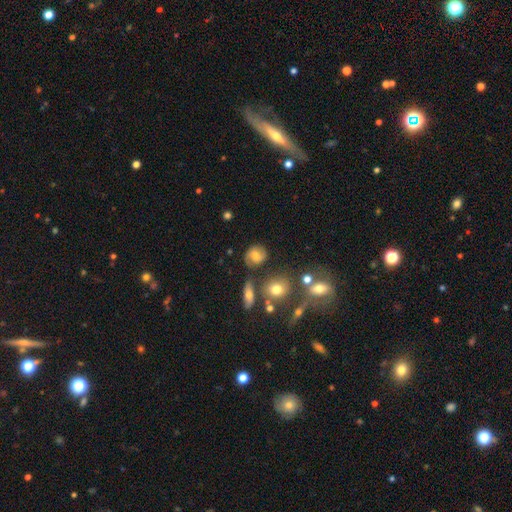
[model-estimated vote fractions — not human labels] Morphology: type=smooth (49%); merging=none (69%).